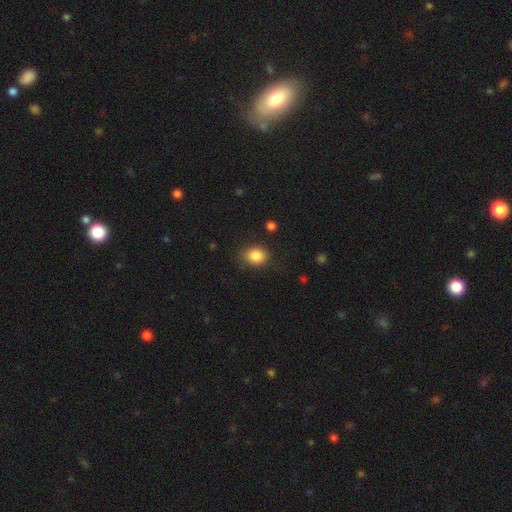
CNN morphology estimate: A smooth galaxy with no disk features (86%) that is round (57%). Merging: none (82%).